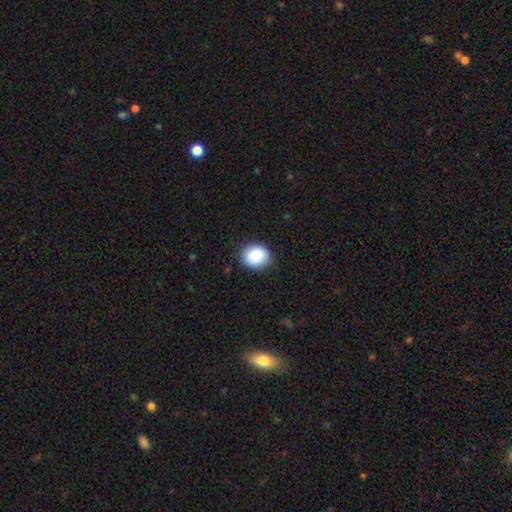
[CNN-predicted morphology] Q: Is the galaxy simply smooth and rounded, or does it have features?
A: smooth — 89%.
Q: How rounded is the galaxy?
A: round — 64%.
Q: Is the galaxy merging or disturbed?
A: none — 86%.